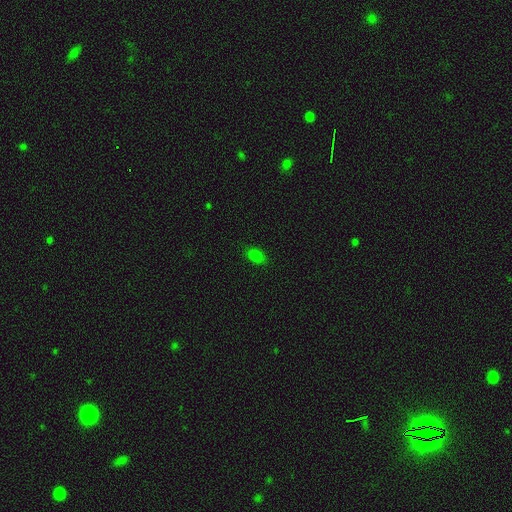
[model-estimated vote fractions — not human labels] This appears to be a smooth galaxy with no disk features (79%) that is in between round and cigar-shaped (84%). Merging: none (85%).